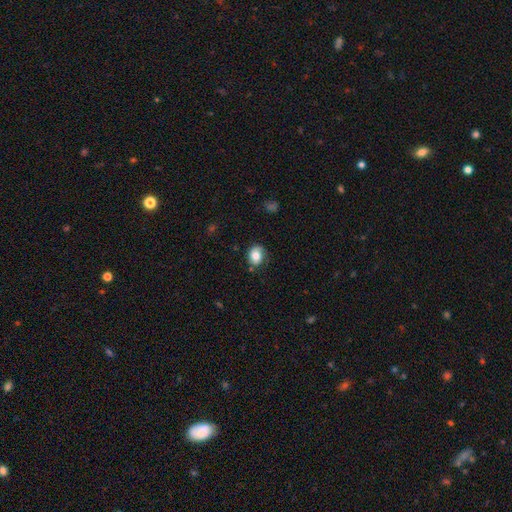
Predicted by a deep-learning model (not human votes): smooth_or_featured: smooth (p=0.76) [alt: featured or disk p=0.16]
how_rounded: round (p=0.54) [alt: in between p=0.45]
merging: none (p=0.70) [alt: minor disturbance p=0.22]